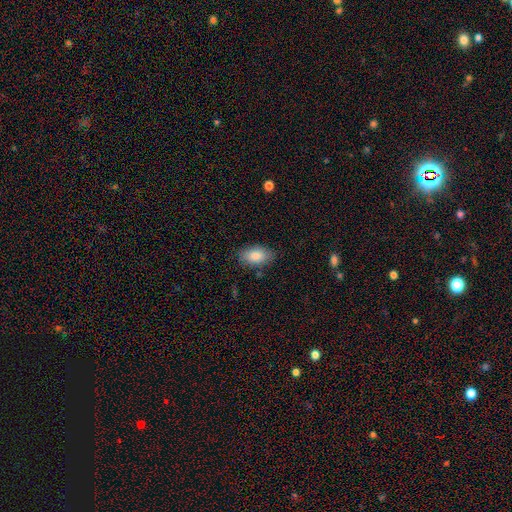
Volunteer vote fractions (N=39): Smooth or featured: smooth — 90% (star or artifact — 8%)
How rounded: in between — 89% (round — 6%)
Merging: none — 89% (minor disturbance — 8%)